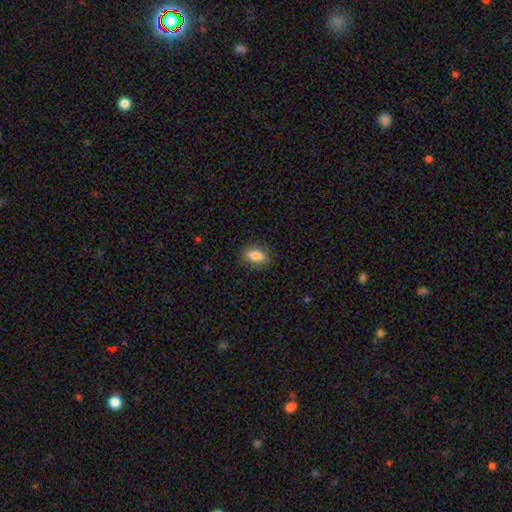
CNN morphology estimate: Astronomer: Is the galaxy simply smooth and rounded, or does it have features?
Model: smooth — 83%.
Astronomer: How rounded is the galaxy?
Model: in between — 85%.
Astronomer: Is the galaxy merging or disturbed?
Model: none — 84%.